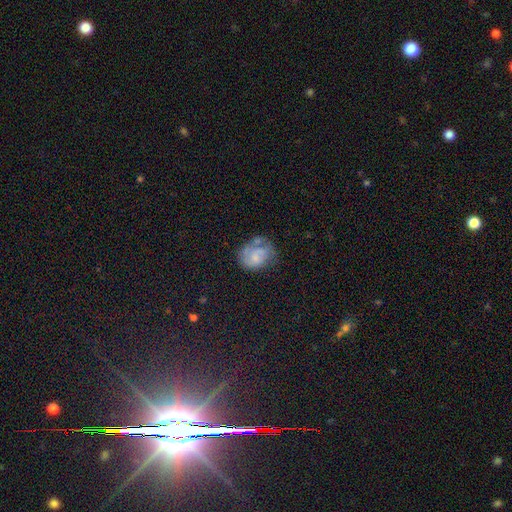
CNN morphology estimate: smooth 47%, featured or disk 44%, star or artifact 9%. Down the decision tree: merging — none (41%).